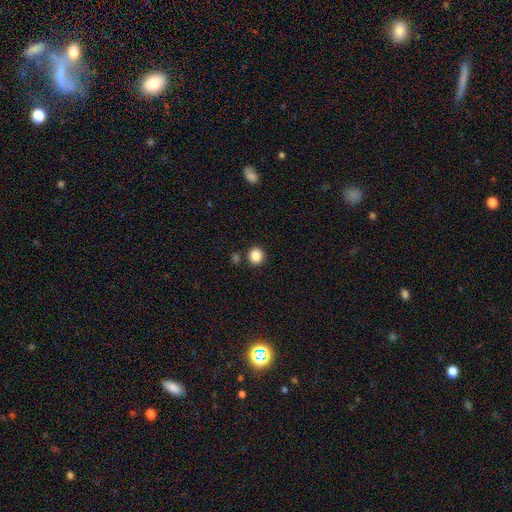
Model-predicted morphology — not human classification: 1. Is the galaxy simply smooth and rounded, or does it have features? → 86% smooth, 10% star or artifact, 3% featured or disk.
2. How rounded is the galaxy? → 90% round, 9% in between, 1% cigar-shaped.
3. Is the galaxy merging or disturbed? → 87% none, 7% minor disturbance, 5% merger, 2% major disturbance.